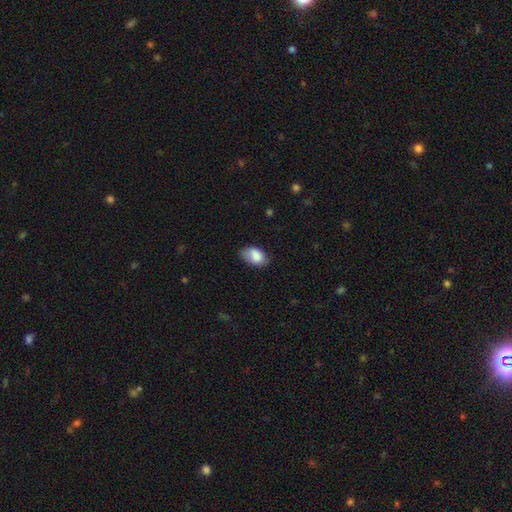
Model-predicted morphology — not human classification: smooth 84%, featured or disk 9%, star or artifact 7%. Down the decision tree: how rounded — in between (90%); merging — none (66%).